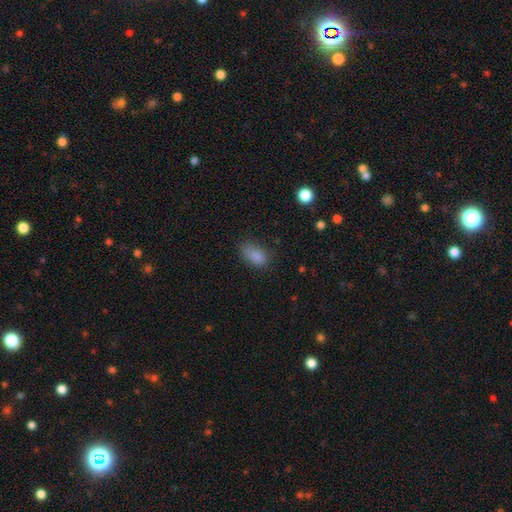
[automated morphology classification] smooth_or_featured: smooth (p=0.85) [alt: star or artifact p=0.10]
how_rounded: in between (p=0.90) [alt: round p=0.08]
merging: none (p=0.68) [alt: minor disturbance p=0.23]